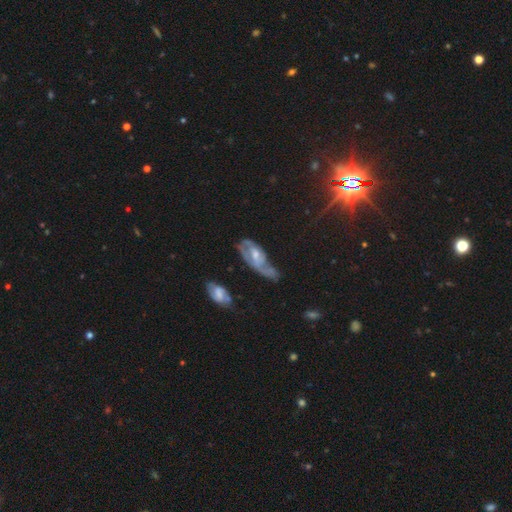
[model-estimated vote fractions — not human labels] This appears to be a featured or disk galaxy (68%) with no bar (59%), spiral arms (74%) and a moderate central bulge (53%). Merging: none (33%).